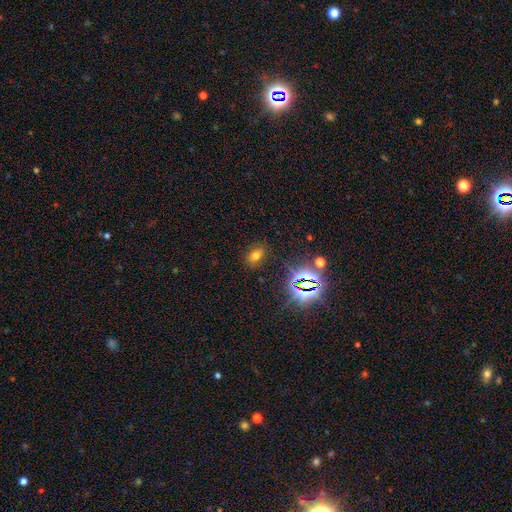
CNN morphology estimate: smooth 61%, star or artifact 30%, featured or disk 10%. Down the decision tree: how rounded — in between (81%); merging — none (84%).